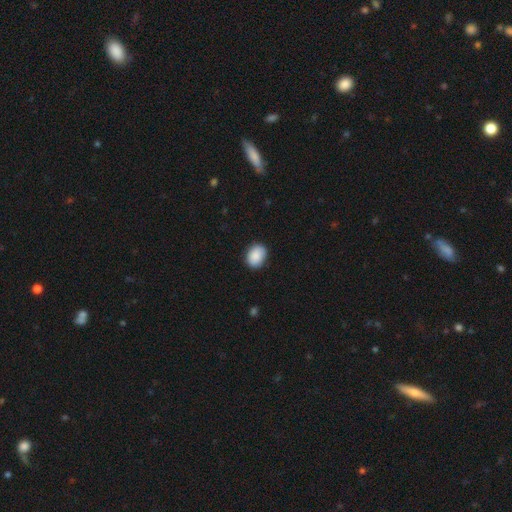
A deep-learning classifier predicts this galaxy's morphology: This appears to be a smooth galaxy with no disk features (89%) that is in between round and cigar-shaped (63%). Merging: none (84%).